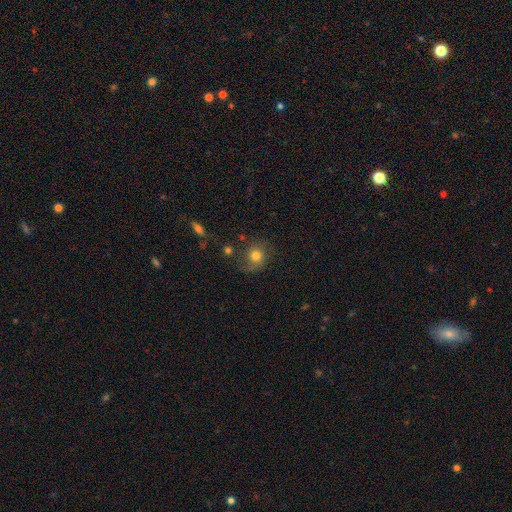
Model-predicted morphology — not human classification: Smooth or featured: smooth — 72% (featured or disk — 16%)
How rounded: round — 80% (in between — 19%)
Merging: none — 65% (minor disturbance — 20%)